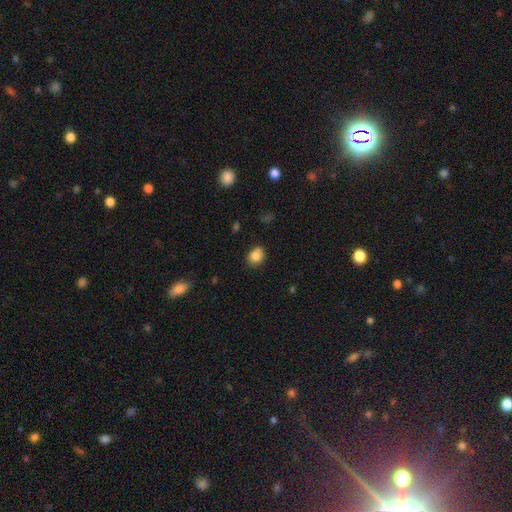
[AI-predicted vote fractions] Morphology: type=smooth (83%); roundness=round (52%); merging=none (71%).